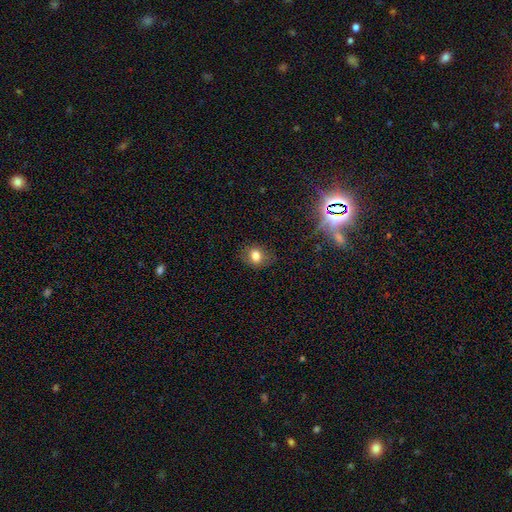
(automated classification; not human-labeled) Smooth or featured: smooth — 78% (star or artifact — 13%)
How rounded: round — 55% (in between — 43%)
Merging: none — 80% (minor disturbance — 15%)